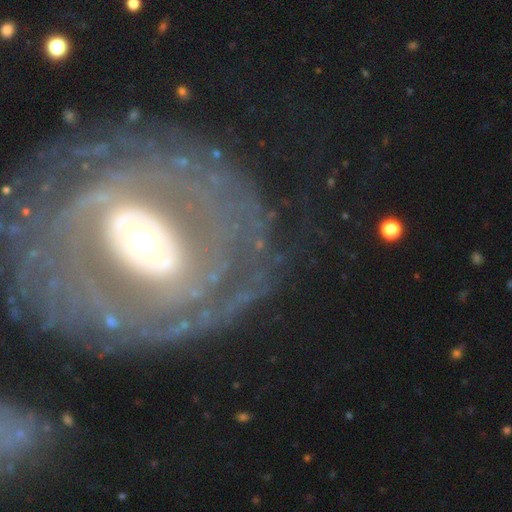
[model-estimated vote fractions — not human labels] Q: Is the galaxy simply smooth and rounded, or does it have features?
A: featured or disk — 79%.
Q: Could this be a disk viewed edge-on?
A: no — 95%.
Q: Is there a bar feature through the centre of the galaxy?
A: no — 57%.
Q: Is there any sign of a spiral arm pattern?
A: yes — 61%.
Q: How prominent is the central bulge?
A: moderate — 58%.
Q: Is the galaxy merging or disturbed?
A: none — 75%.